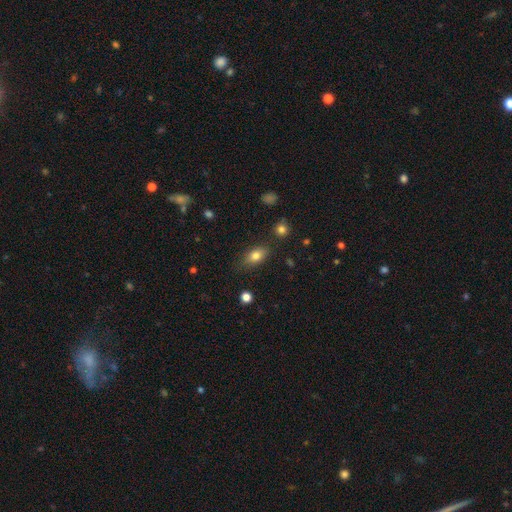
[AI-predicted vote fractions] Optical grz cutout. It shows a smooth galaxy with no disk features (80%) that is in between round and cigar-shaped (83%). Merging: none (80%).